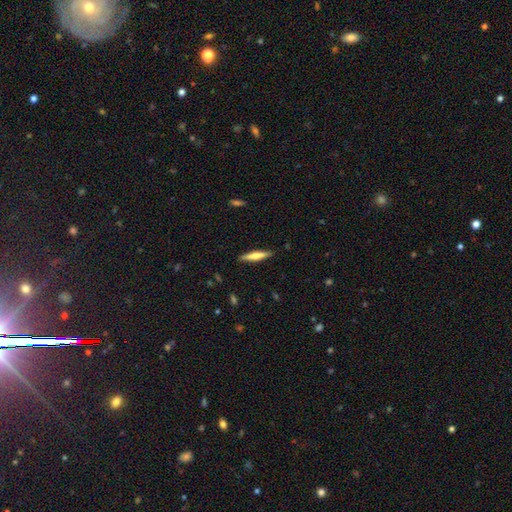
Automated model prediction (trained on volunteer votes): Overall: smooth (52%; featured or disk 42%). How rounded: cigar-shaped (89%). Merging: none (89%).